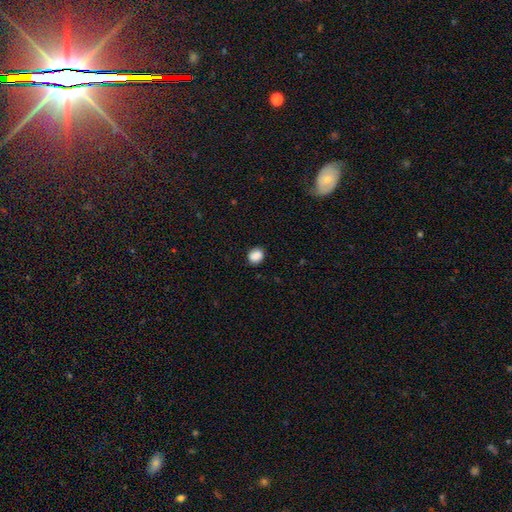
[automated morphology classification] This appears to be a smooth galaxy with no disk features (89%) that is round (64%). Merging: none (88%).